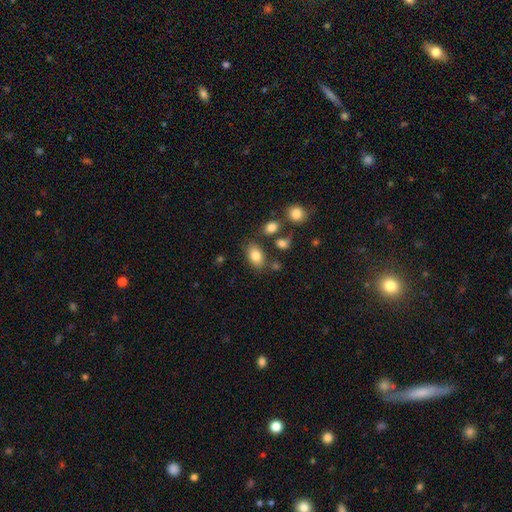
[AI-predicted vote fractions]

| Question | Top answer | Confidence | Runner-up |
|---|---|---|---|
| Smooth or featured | smooth | 83% | featured or disk (9%) |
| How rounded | in between | 86% | round (13%) |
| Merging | none | 75% | minor disturbance (13%) |